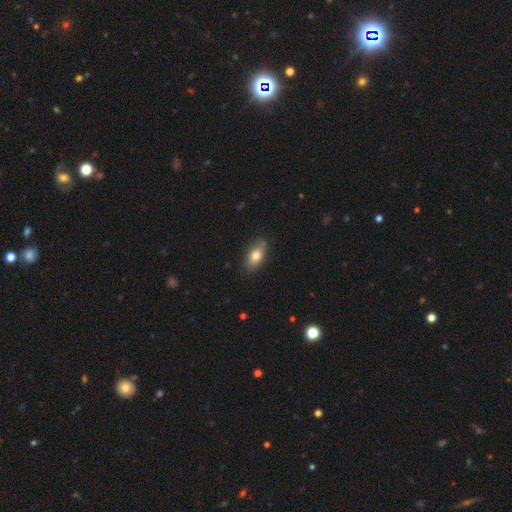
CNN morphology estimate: Smooth or featured?
  - smooth: 80% *
  - featured or disk: 13%
  - star or artifact: 8%
How rounded?
  - in between: 88% *
  - round: 7%
  - cigar-shaped: 5%
Merging?
  - none: 80% *
  - minor disturbance: 15%
  - major disturbance: 3%
  - merger: 1%